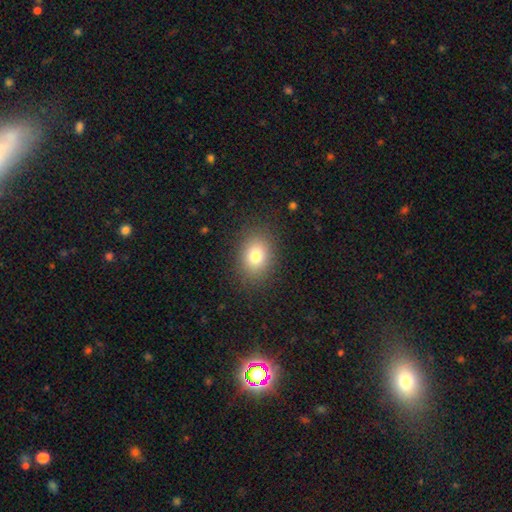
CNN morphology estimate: A smooth galaxy with no disk features (79%) that is in between round and cigar-shaped (58%). Merging: none (86%).